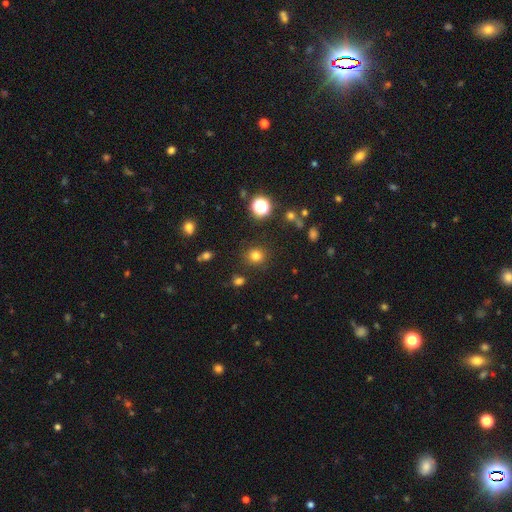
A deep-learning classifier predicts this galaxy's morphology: Q: Smooth or featured?
A: smooth (77%); runner-up: star or artifact (17%)
Q: How rounded?
A: round (88%); runner-up: in between (11%)
Q: Merging?
A: none (87%); runner-up: minor disturbance (7%)